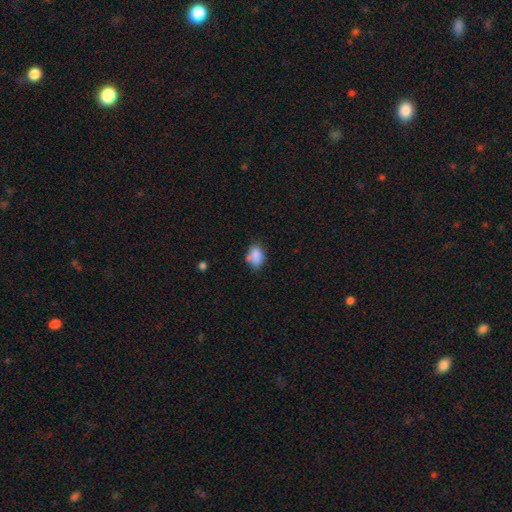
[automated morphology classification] Smooth or featured?
  - smooth: 82% *
  - star or artifact: 9%
  - featured or disk: 9%
How rounded?
  - in between: 67% *
  - round: 32%
  - cigar-shaped: 1%
Merging?
  - none: 55% *
  - minor disturbance: 26%
  - merger: 13%
  - major disturbance: 7%